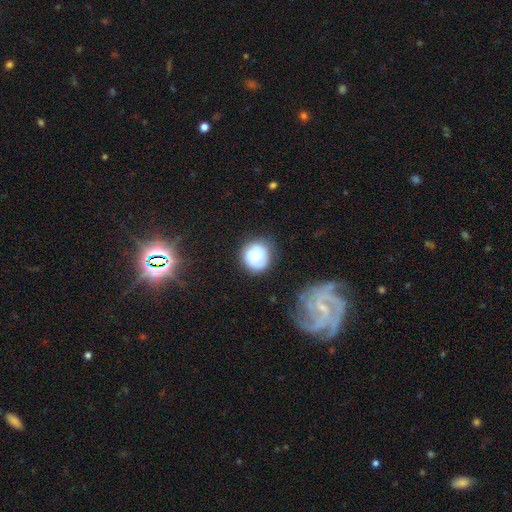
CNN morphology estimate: Overall: smooth (49%; featured or disk 42%). Merging: none (73%).